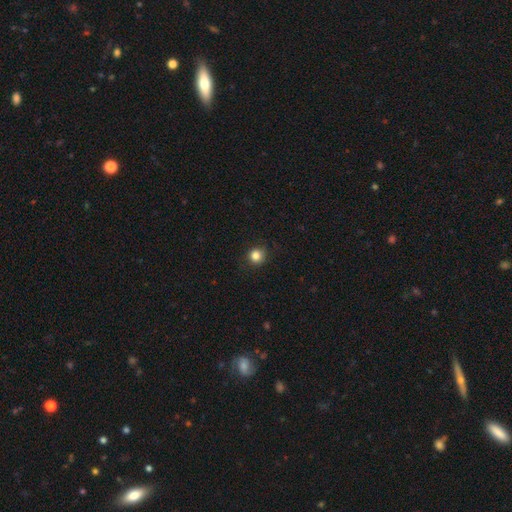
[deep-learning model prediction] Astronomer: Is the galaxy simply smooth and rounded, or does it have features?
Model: smooth — 84%.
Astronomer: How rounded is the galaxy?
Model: round — 92%.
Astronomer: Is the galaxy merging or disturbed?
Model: none — 87%.